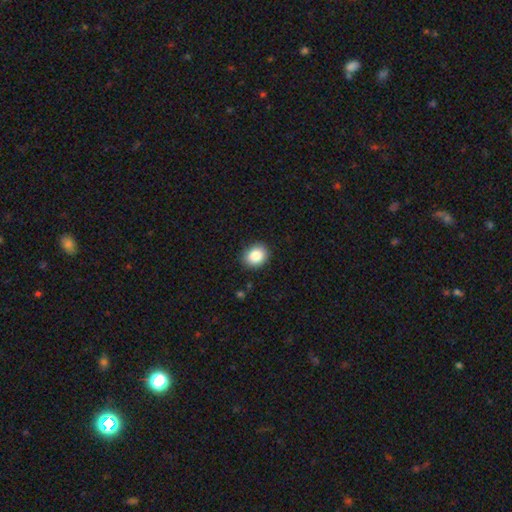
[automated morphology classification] A smooth galaxy with no disk features (85%) that is round (59%). Merging: none (88%).